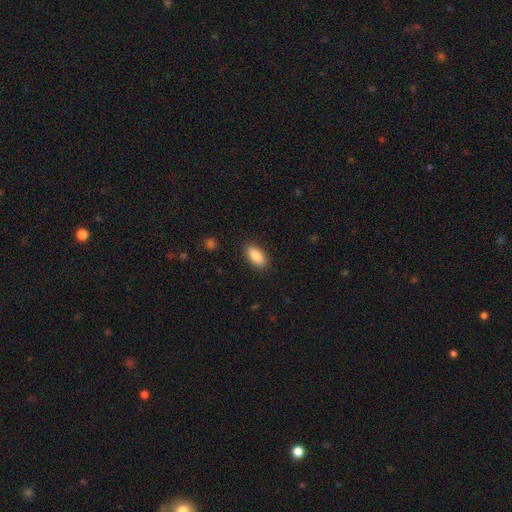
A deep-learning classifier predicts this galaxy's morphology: The model was most divided on "merging": none: 89%, minor disturbance: 8%, major disturbance: 2%, merger: 1%. More confident: how rounded — in between (90%); smooth or featured — smooth (89%).